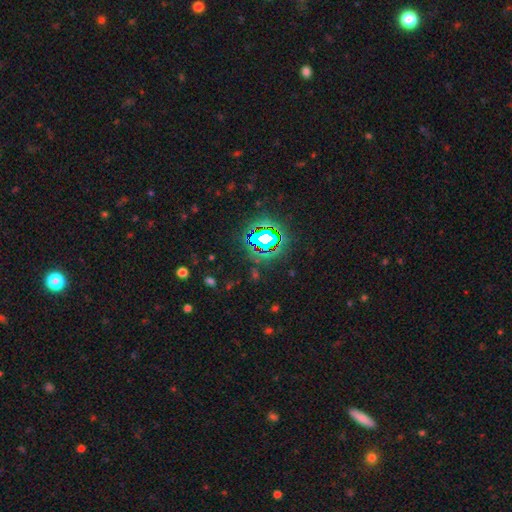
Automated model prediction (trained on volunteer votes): Morphology: type=star or artifact (81%).